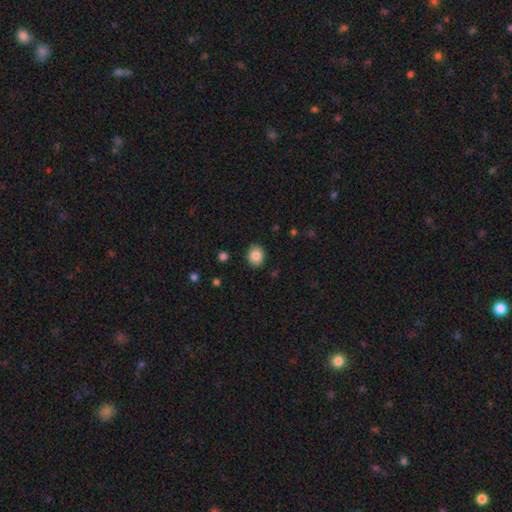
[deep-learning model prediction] Smooth or featured? smooth (85%)
How rounded? round (67%)
Merging? none (88%)